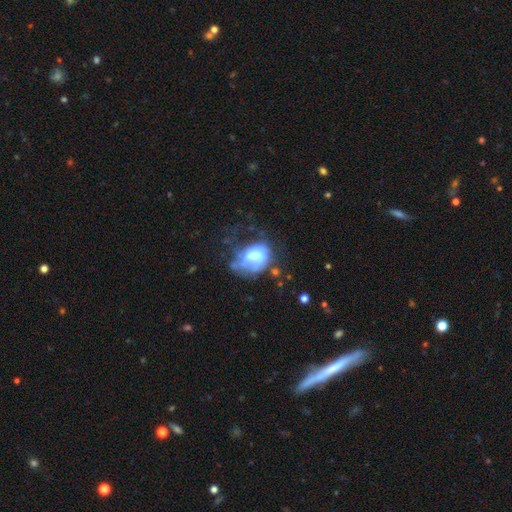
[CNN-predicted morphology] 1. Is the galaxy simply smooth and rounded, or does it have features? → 50% smooth, 40% featured or disk, 10% star or artifact.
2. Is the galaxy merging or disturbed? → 39% major disturbance, 26% minor disturbance, 25% none, 10% merger.